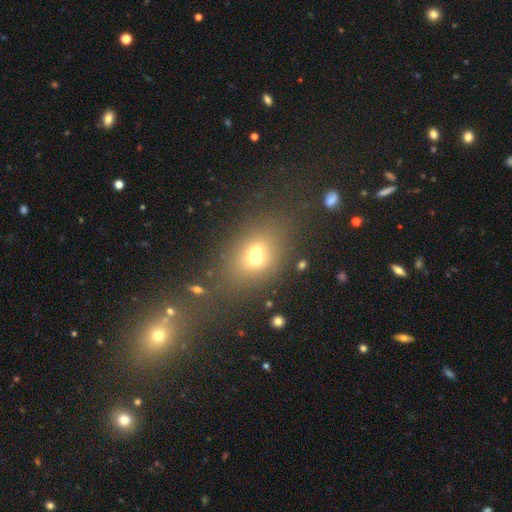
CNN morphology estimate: The model was most divided on "merging": merger: 47%, none: 37%, minor disturbance: 10%, major disturbance: 7%. More confident: how rounded — in between (58%); smooth or featured — smooth (55%).